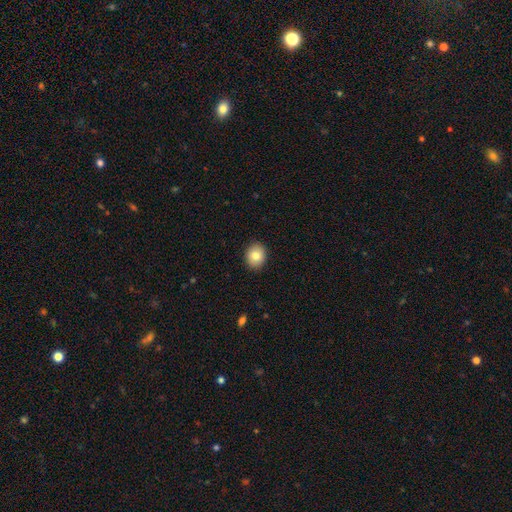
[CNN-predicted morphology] Smooth or featured? Predicted: smooth (p=0.83). How rounded? Predicted: round (p=0.61). Merging? Predicted: none (p=0.91).